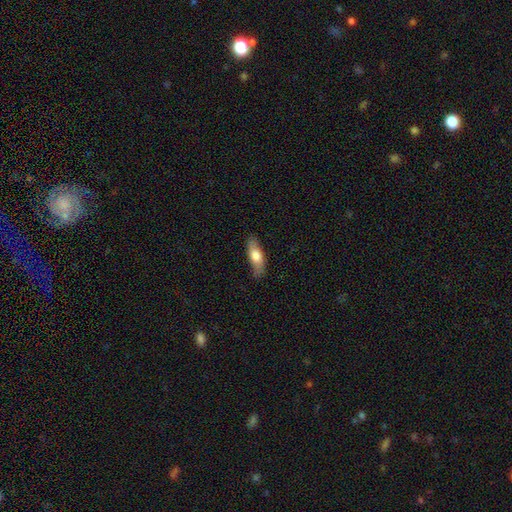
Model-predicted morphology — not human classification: Smooth or featured: smooth — 65% (featured or disk — 29%)
How rounded: in between — 59% (cigar-shaped — 38%)
Merging: none — 79% (minor disturbance — 17%)